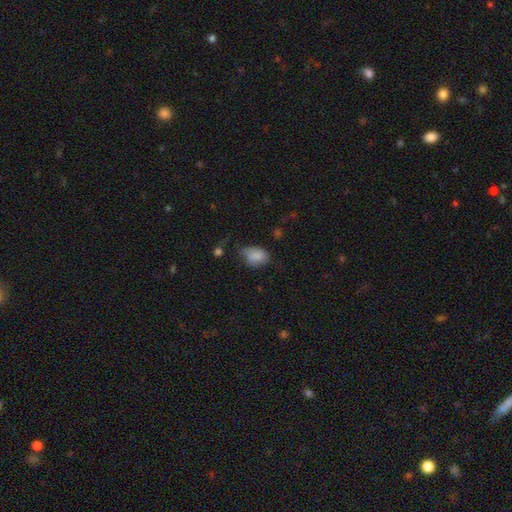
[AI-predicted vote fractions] Smooth or featured? Predicted: smooth (p=0.82). How rounded? Predicted: in between (p=0.79). Merging? Predicted: none (p=0.43).